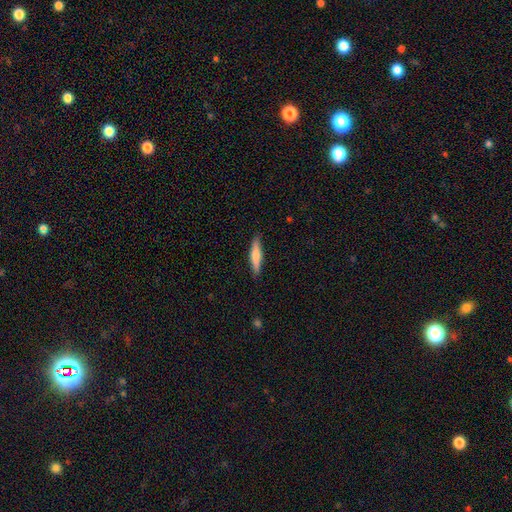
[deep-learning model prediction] smooth_or_featured: smooth (p=0.69) [alt: featured or disk p=0.25]
how_rounded: cigar-shaped (p=0.82) [alt: in between p=0.16]
merging: none (p=0.87) [alt: minor disturbance p=0.10]